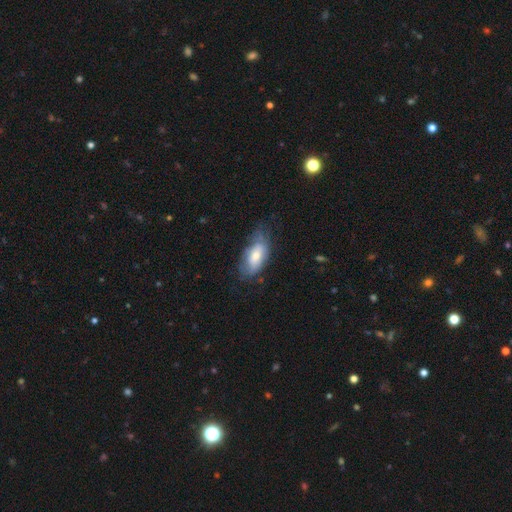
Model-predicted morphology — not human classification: type=smooth (57%); roundness=in between (90%); merging=none (52%).